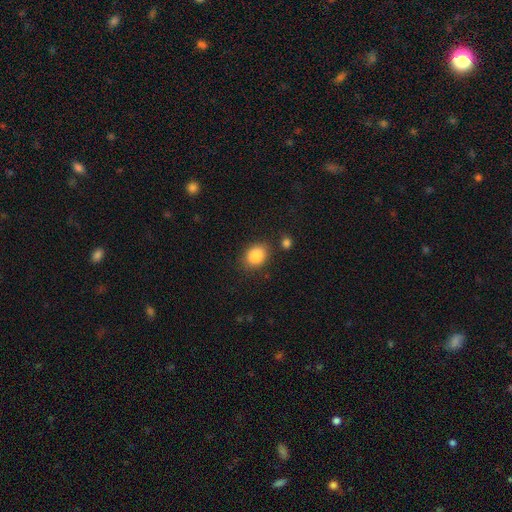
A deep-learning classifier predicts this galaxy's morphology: Q: Smooth or featured?
A: smooth (87%); runner-up: star or artifact (8%)
Q: How rounded?
A: in between (61%); runner-up: round (38%)
Q: Merging?
A: none (78%); runner-up: minor disturbance (13%)